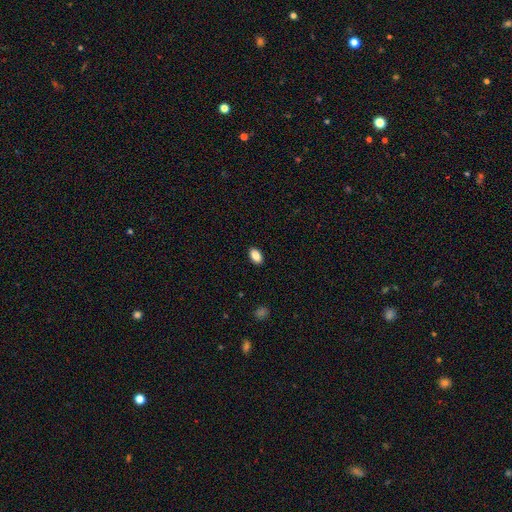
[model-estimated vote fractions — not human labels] Morphology: type=smooth (87%); roundness=in between (92%); merging=none (90%).